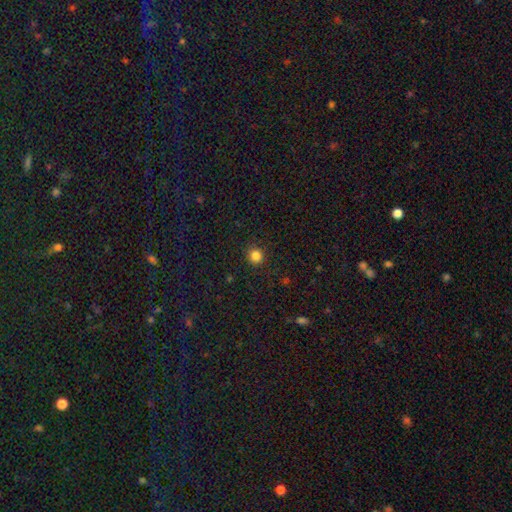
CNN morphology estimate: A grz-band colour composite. It shows a smooth galaxy with no disk features (83%) that is round (93%). Merging: none (91%).